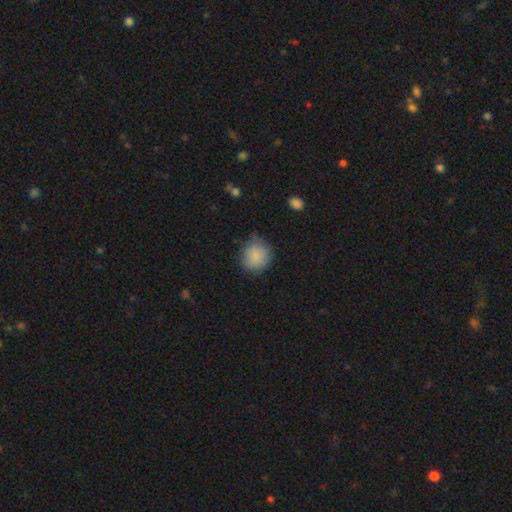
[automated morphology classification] smooth-or-featured: smooth: 86% | star or artifact: 8% | featured or disk: 6%
  how-rounded: round: 86% | in between: 13% | cigar-shaped: 1%
  merging: none: 71% | minor disturbance: 23% | major disturbance: 5% | merger: 2%